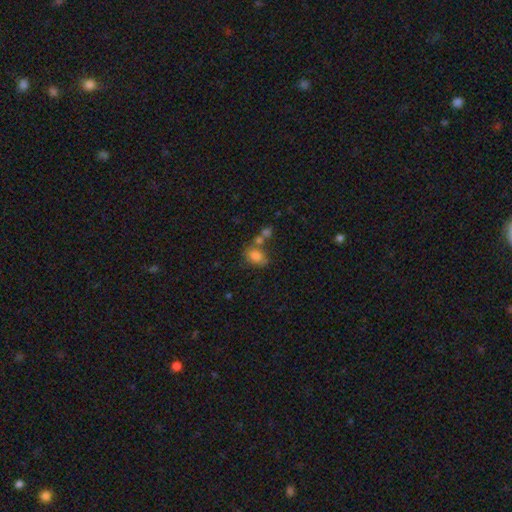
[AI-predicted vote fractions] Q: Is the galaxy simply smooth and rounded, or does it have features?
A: smooth — 79%.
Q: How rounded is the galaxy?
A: in between — 70%.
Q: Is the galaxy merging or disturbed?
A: none — 45%.